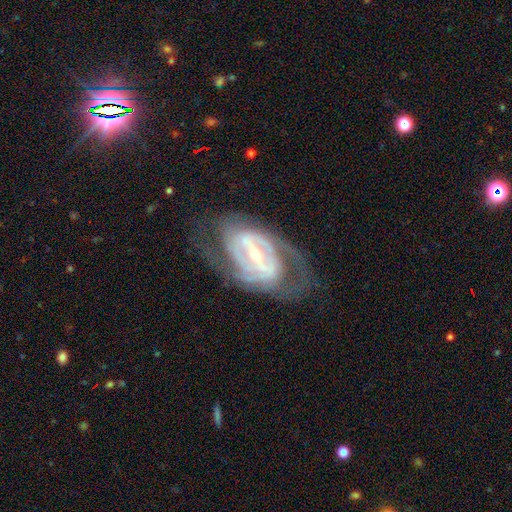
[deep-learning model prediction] featured or disk 86%, smooth 8%, star or artifact 6%. Down the decision tree: edge-on disk — no (94%); bar — strong (59%); spiral arms — yes (87%); spiral arm count — 2 (61%); spiral winding — tight (47%); bulge size — small (68%); merging — none (66%).